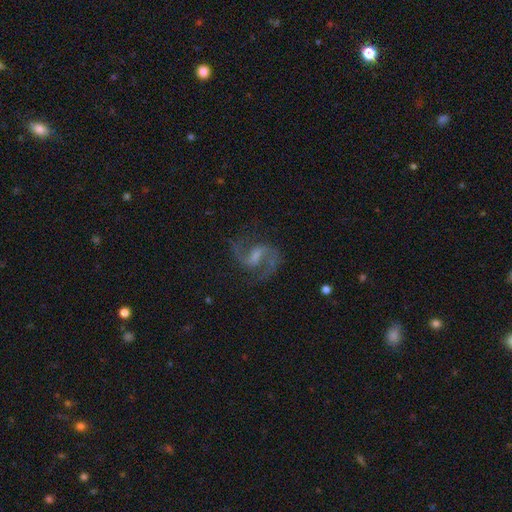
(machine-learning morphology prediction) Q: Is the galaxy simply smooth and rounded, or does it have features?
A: featured or disk — 90%.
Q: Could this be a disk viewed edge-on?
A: no — 98%.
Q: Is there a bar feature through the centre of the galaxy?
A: weak — 54%.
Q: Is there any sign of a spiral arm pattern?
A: yes — 98%.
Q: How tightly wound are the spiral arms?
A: medium — 59%.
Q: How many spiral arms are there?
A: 2 — 93%.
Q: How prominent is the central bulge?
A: small — 38%.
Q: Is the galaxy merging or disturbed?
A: none — 77%.